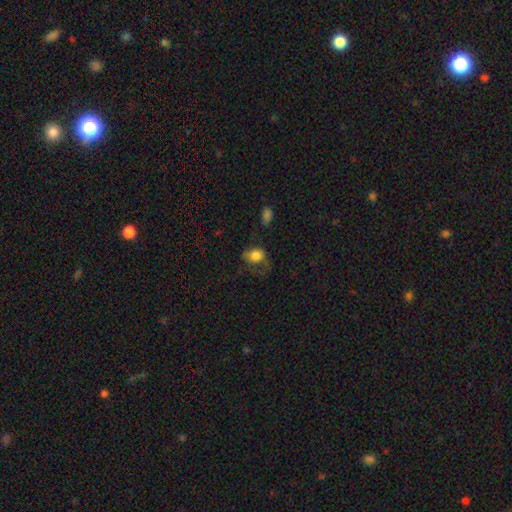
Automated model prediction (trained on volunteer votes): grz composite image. It shows a smooth galaxy with no disk features (75%) that is in between round and cigar-shaped (52%). Merging: major disturbance (38%).